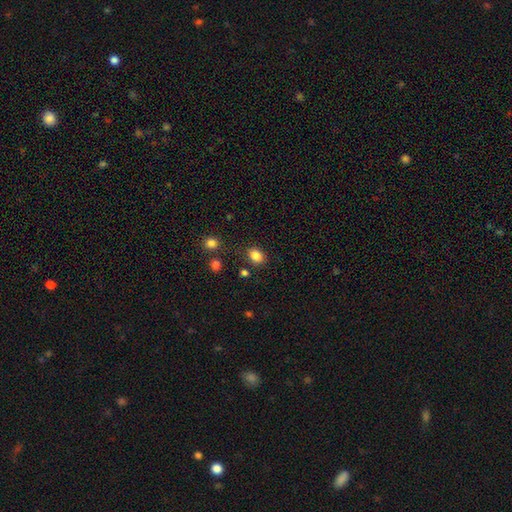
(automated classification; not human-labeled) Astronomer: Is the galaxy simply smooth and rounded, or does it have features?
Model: smooth — 85%.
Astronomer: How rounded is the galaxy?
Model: in between — 62%.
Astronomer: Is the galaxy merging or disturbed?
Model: none — 81%.